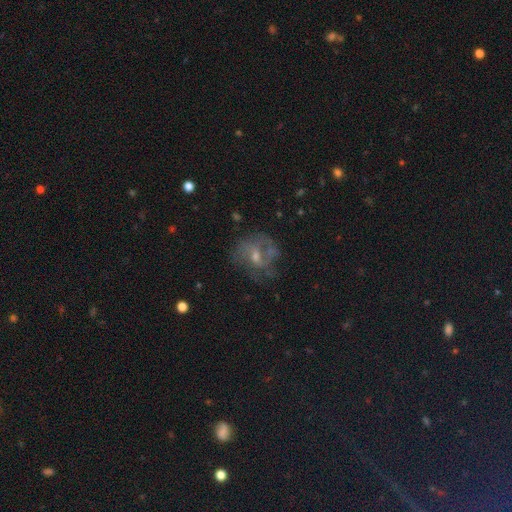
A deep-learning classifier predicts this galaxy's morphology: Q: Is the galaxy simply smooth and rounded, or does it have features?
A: featured or disk — 68%.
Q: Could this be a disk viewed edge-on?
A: no — 97%.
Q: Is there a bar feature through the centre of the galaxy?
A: no — 47%.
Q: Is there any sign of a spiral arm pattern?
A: yes — 77%.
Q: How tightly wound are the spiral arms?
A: medium — 46%.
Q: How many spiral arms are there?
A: can't tell — 35%.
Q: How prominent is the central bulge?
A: small — 46%, tied with moderate.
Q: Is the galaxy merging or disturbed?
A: none — 61%.